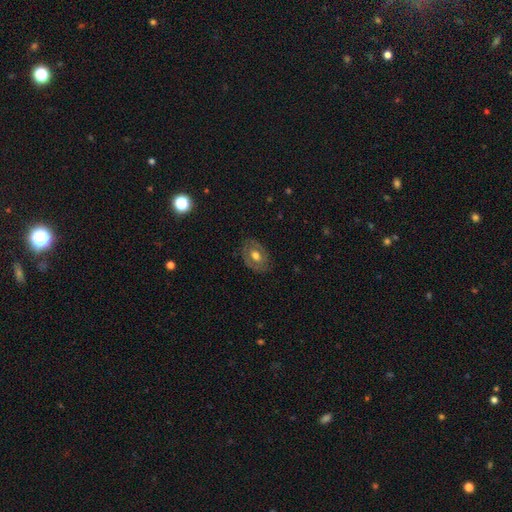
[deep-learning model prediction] smooth-or-featured: featured or disk: 46% (tied) | smooth: 46% (tied) | star or artifact: 7%
  merging: none: 79% | minor disturbance: 15% | major disturbance: 5% | merger: 1%